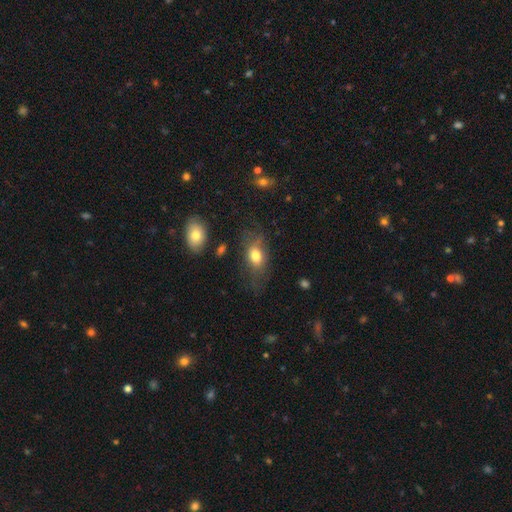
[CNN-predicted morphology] smooth-or-featured: smooth: 73% | featured or disk: 18% | star or artifact: 9%
  how-rounded: in between: 80% | round: 17% | cigar-shaped: 3%
  merging: none: 54% | minor disturbance: 25% | major disturbance: 19% | merger: 3%